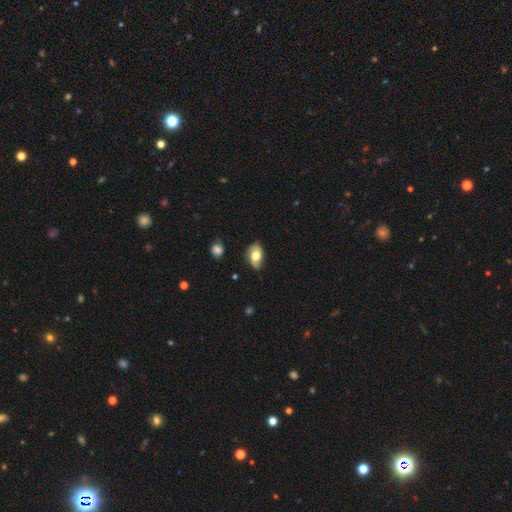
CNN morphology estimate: This appears to be a smooth galaxy with no disk features (63%) that is in between round and cigar-shaped (90%). Merging: none (71%).